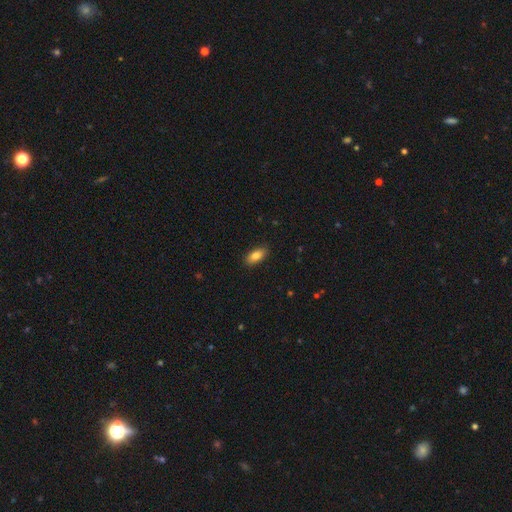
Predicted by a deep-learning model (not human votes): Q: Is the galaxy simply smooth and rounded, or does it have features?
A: smooth — 82%.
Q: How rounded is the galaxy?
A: in between — 89%.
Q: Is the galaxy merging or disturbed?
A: none — 88%.